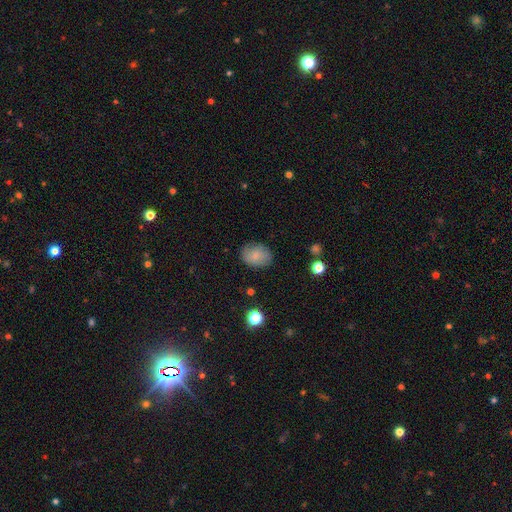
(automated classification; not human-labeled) This appears to be a smooth galaxy with no disk features (80%) that is in between round and cigar-shaped (61%). Merging: none (77%).